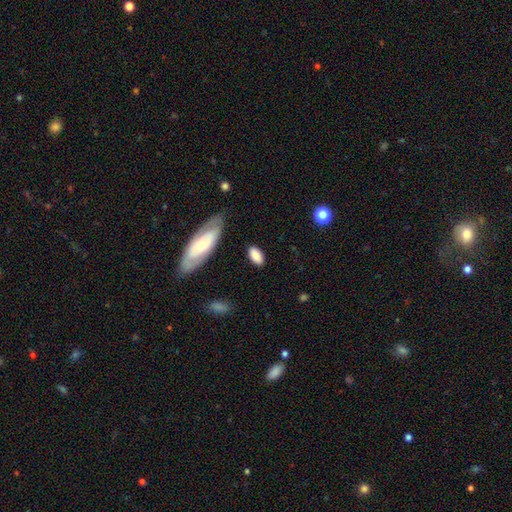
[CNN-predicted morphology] Smooth or featured: smooth — 83% (featured or disk — 11%)
How rounded: in between — 88% (cigar-shaped — 8%)
Merging: none — 80% (minor disturbance — 13%)